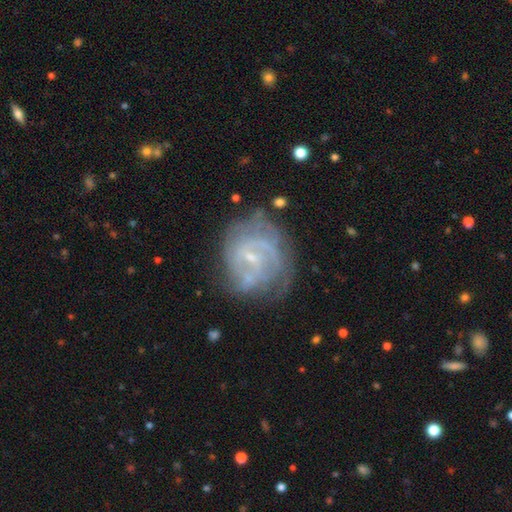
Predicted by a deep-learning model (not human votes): This is likely a featured or disk galaxy (76%). It is clearly not viewed edge-on (97%). Bar: possibly weak (48%). Spiral arm pattern: clearly yes (88%). Spiral arm count: marginally can't tell (38%). Spiral winding: possibly tight (58%). Central bulge: likely small (76%). Merging: likely none (66%).